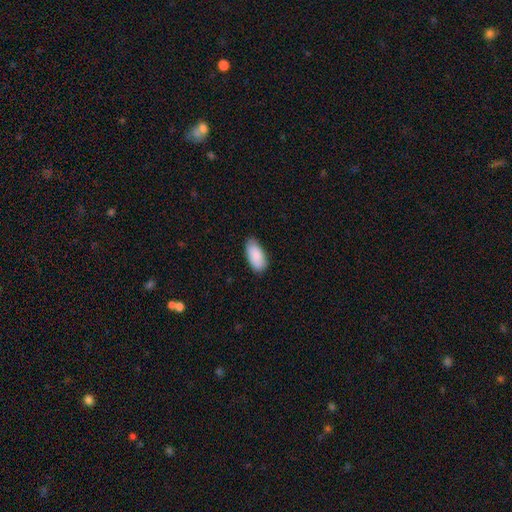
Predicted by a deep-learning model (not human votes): This is clearly a smooth galaxy (87%). How rounded: clearly in between (93%). Merging: clearly none (81%).